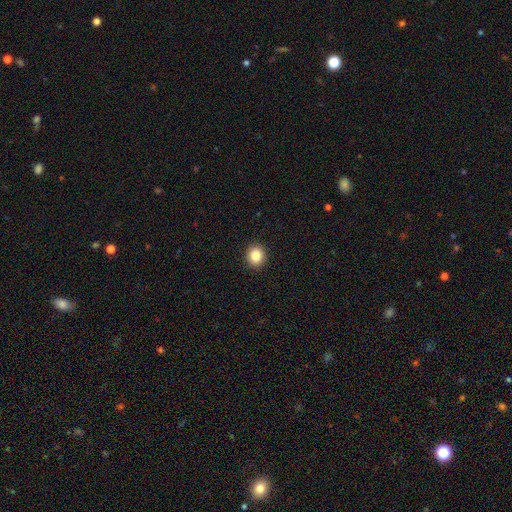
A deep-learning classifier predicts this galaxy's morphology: Smooth or featured: smooth — 85% (star or artifact — 10%)
How rounded: round — 82% (in between — 17%)
Merging: none — 93% (minor disturbance — 5%)